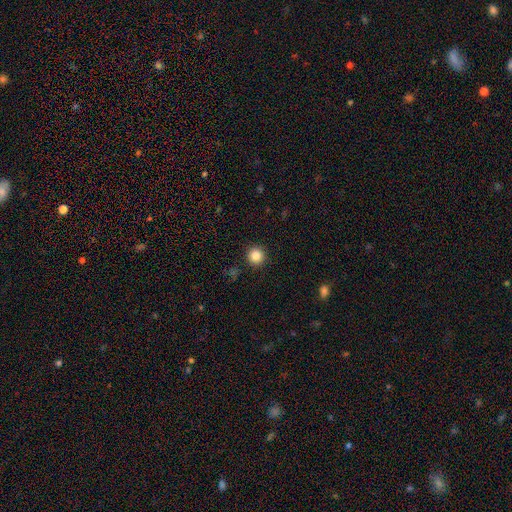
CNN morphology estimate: smooth 85%, star or artifact 11%, featured or disk 4%. Down the decision tree: how rounded — round (95%); merging — none (92%).